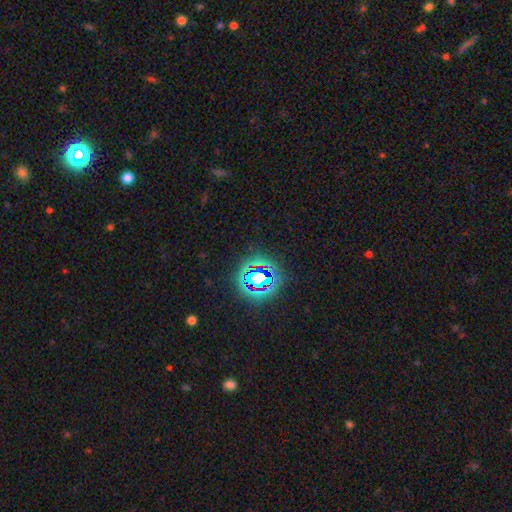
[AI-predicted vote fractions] Morphology: type=star or artifact (78%).